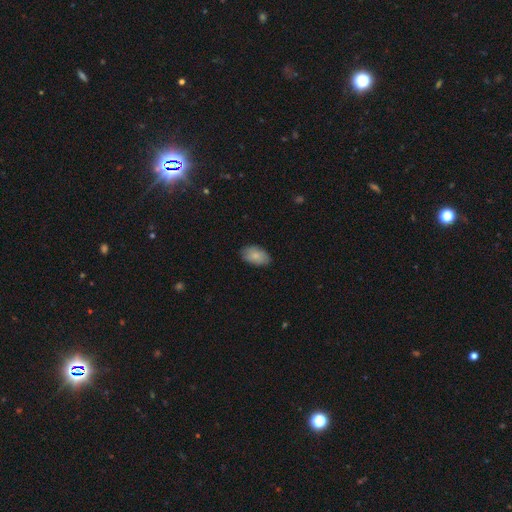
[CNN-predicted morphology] A smooth galaxy with no disk features (83%) that is in between round and cigar-shaped (93%). Merging: none (83%).